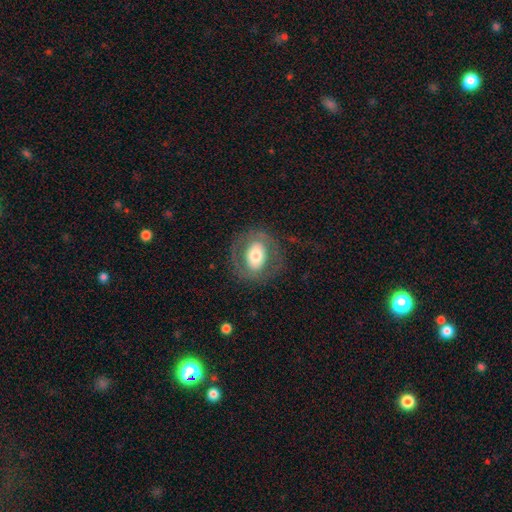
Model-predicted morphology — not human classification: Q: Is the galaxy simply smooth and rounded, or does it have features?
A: smooth — 51%.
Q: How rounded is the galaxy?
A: in between — 57%.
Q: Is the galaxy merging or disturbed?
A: none — 73%.